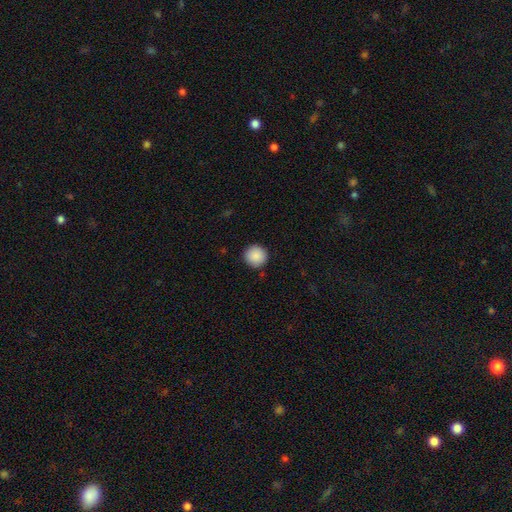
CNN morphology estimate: This is clearly a smooth galaxy (89%). How rounded: clearly round (95%). Merging: clearly none (91%).